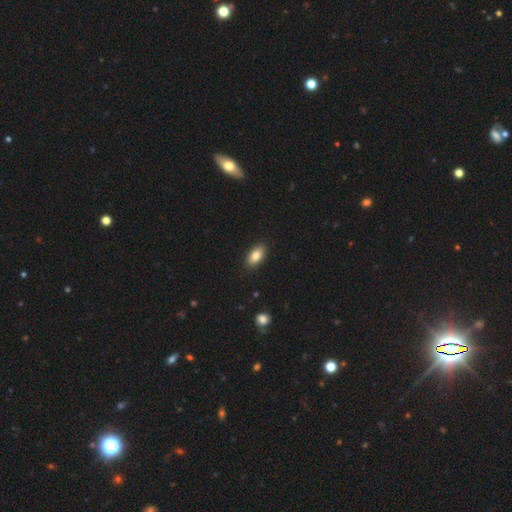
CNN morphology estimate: A smooth galaxy with no disk features (84%) that is in between round and cigar-shaped (91%).

Vote fractions:
- Smooth or featured? smooth: 84% / featured or disk: 9% / star or artifact: 7%
- How rounded? in between: 91% / cigar-shaped: 5% / round: 4%
- Merging? none: 89% / minor disturbance: 8% / major disturbance: 2% / merger: 1%